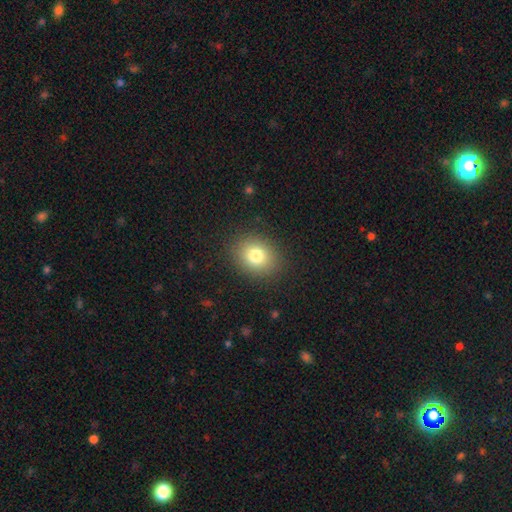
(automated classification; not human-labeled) Overall: smooth (79%). How rounded: round (62%; in between 38%). Merging: none (88%).